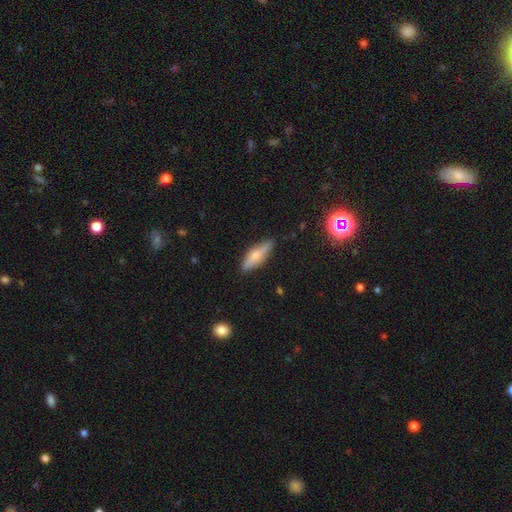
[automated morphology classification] Q: Smooth or featured?
A: smooth (50%); runner-up: featured or disk (43%)
Q: How rounded?
A: cigar-shaped (59%); runner-up: in between (39%)
Q: Merging?
A: none (84%); runner-up: minor disturbance (12%)